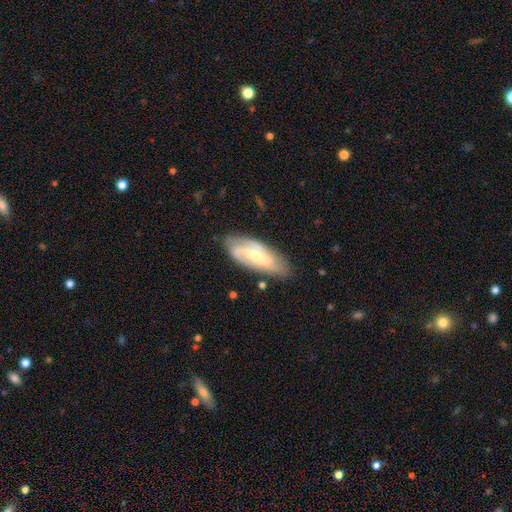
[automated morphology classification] smooth_or_featured: featured or disk (p=0.73) [alt: smooth p=0.21]
disk_edge_on: no (p=0.88) [alt: yes p=0.12]
bar: weak (p=0.41) [alt: strong p=0.40]
has_spiral_arms: yes (p=0.90) [alt: no p=0.10]
spiral_winding: medium (p=0.42) [alt: tight p=0.31]
spiral_arm_count: 2 (p=0.71) [alt: can't tell p=0.15]
bulge_size: small (p=0.48) [alt: moderate p=0.38]
merging: none (p=0.76) [alt: minor disturbance p=0.17]